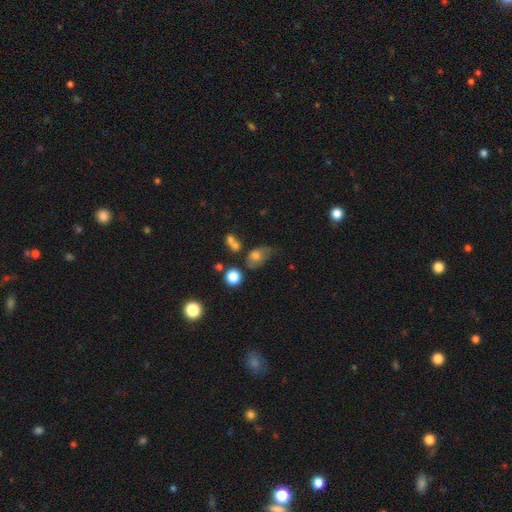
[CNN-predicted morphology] type=smooth (67%); roundness=in between (74%); merging=minor disturbance (34%).